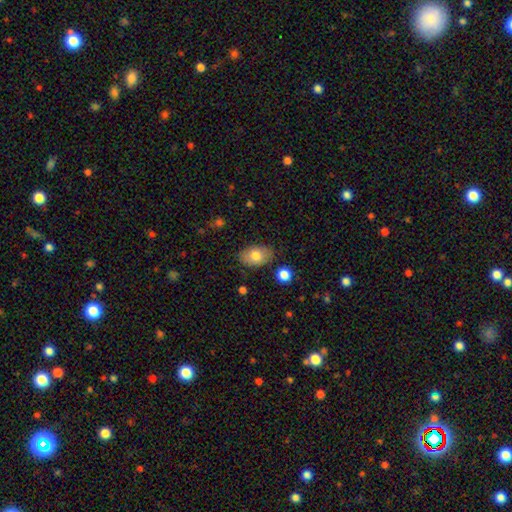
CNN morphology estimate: smooth 78%, featured or disk 14%, star or artifact 7%. Down the decision tree: how rounded — in between (87%); merging — none (82%).